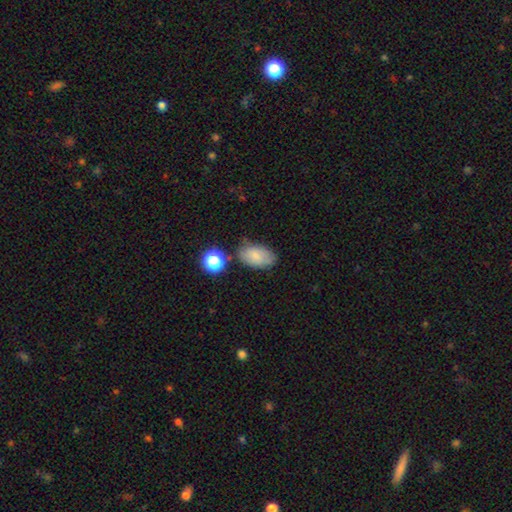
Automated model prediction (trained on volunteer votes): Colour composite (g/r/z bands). It shows a smooth galaxy with no disk features (80%) that is in between round and cigar-shaped (91%). Merging: none (68%).